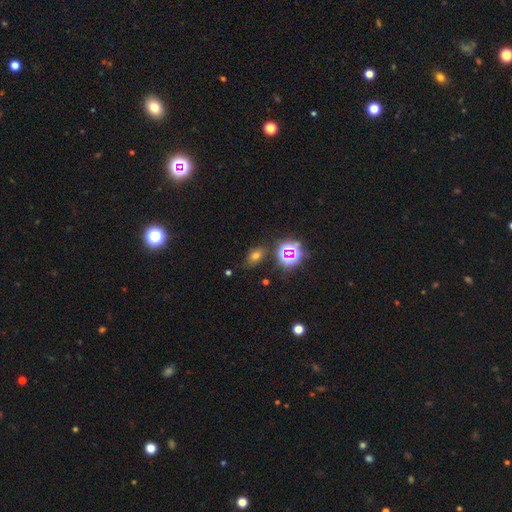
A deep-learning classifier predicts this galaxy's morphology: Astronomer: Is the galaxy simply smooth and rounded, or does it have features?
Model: smooth — 60%.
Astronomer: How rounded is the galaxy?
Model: in between — 78%.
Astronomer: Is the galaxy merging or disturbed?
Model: none — 74%.